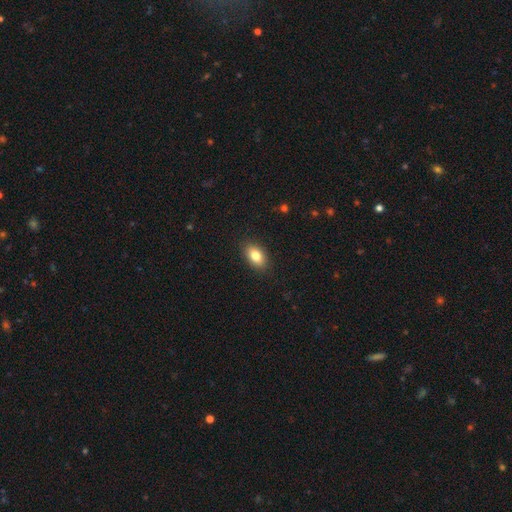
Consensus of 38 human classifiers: Overall: smooth (92%). How rounded: in between (94%). Merging: none (87%).